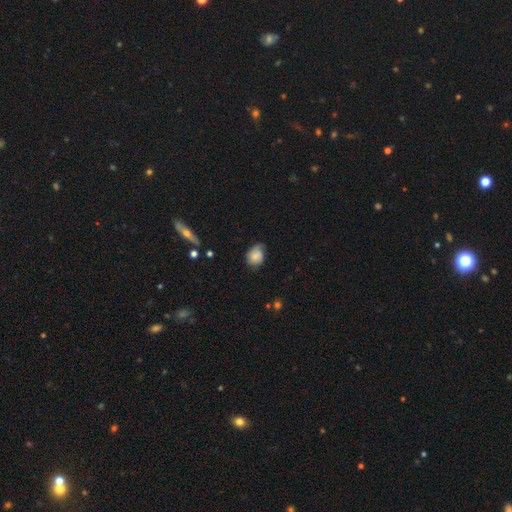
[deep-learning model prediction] smooth-or-featured: smooth: 64% | featured or disk: 28% | star or artifact: 8%
  how-rounded: in between: 56% | round: 43% | cigar-shaped: 1%
  merging: none: 50% | minor disturbance: 37% | major disturbance: 11% | merger: 2%